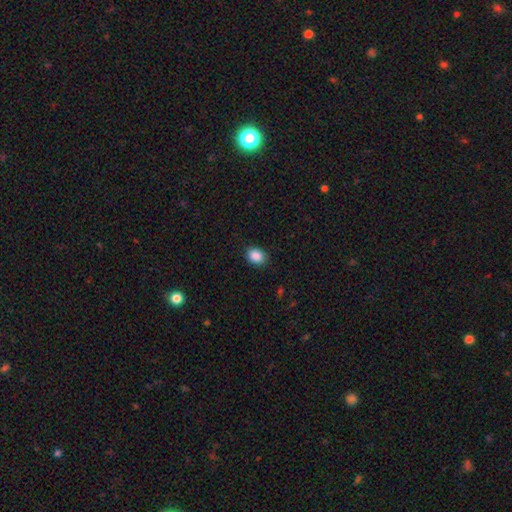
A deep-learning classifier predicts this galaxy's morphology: This appears to be a smooth galaxy with no disk features (88%) that is in between round and cigar-shaped (56%). Merging: none (86%).